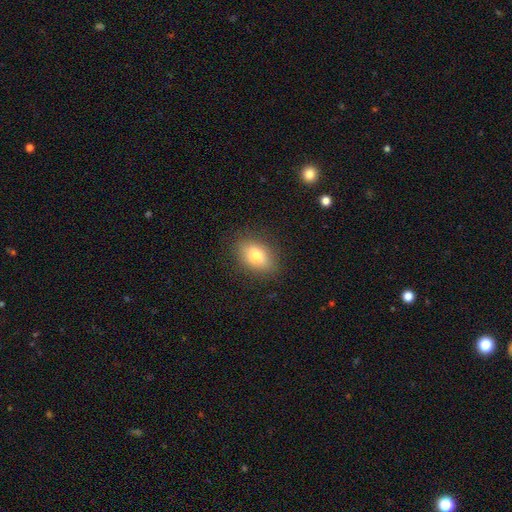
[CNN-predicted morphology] This is likely a smooth galaxy (75%). How rounded: clearly in between (80%). Merging: clearly none (85%).